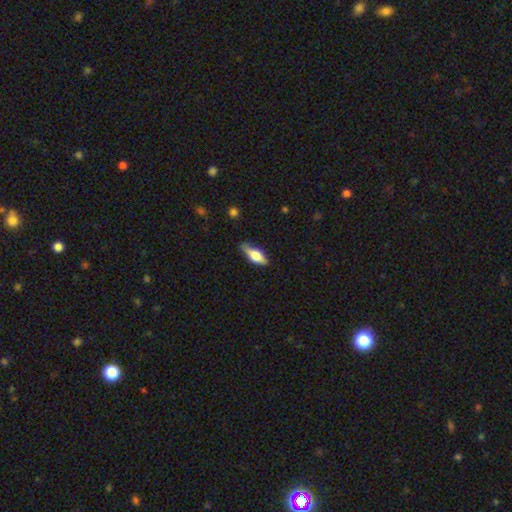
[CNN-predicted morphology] A smooth galaxy with no disk features (47%).

Vote fractions:
- Smooth or featured? smooth: 47% / featured or disk: 46% / star or artifact: 7%
- Merging? none: 75% / minor disturbance: 19% / major disturbance: 4% / merger: 2%